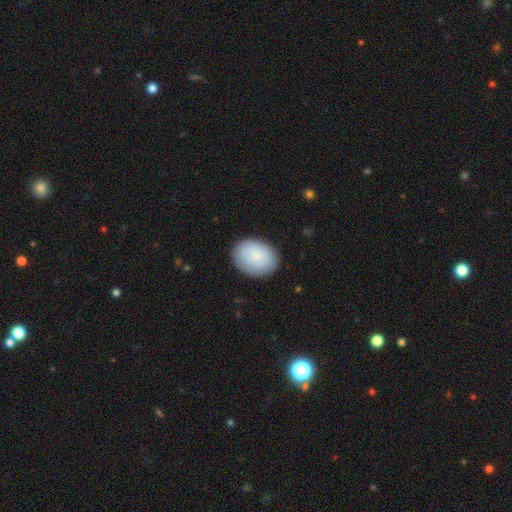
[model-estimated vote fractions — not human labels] Smooth or featured: smooth — 78% (featured or disk — 15%)
How rounded: in between — 63% (round — 36%)
Merging: none — 84% (minor disturbance — 12%)